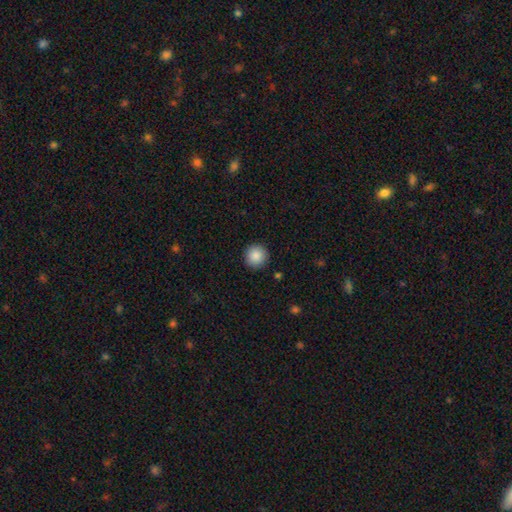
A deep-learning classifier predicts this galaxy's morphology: smooth 88%, star or artifact 8%, featured or disk 4%. Down the decision tree: how rounded — round (95%); merging — none (91%).